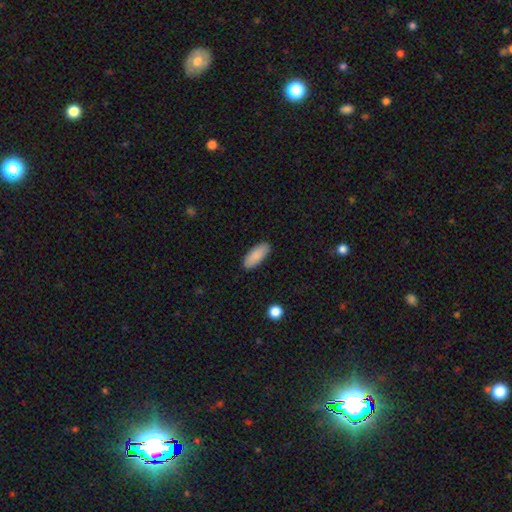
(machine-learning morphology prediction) type=smooth (88%); roundness=in between (80%); merging=none (89%).